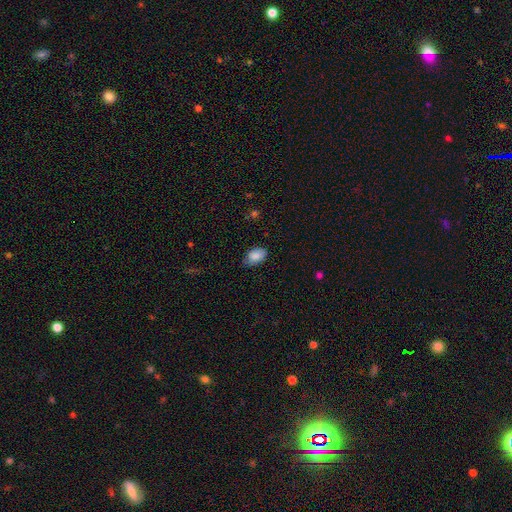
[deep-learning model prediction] Smooth or featured?
  - smooth: 86% *
  - star or artifact: 7%
  - featured or disk: 7%
How rounded?
  - in between: 88% *
  - round: 10%
  - cigar-shaped: 1%
Merging?
  - none: 70% *
  - minor disturbance: 24%
  - major disturbance: 4%
  - merger: 1%